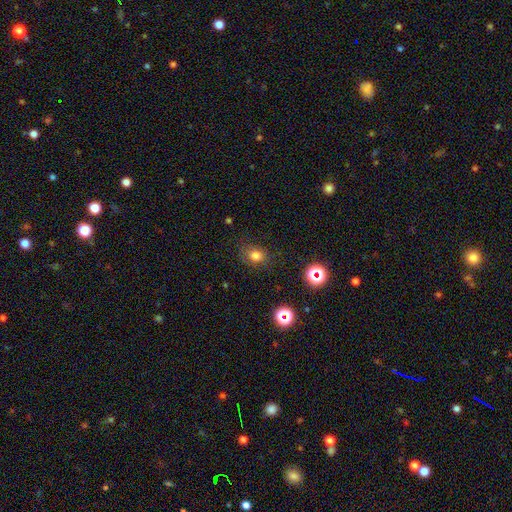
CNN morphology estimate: Q: Smooth or featured?
A: smooth (76%); runner-up: star or artifact (17%)
Q: How rounded?
A: round (51%); runner-up: in between (48%)
Q: Merging?
A: none (76%); runner-up: minor disturbance (16%)